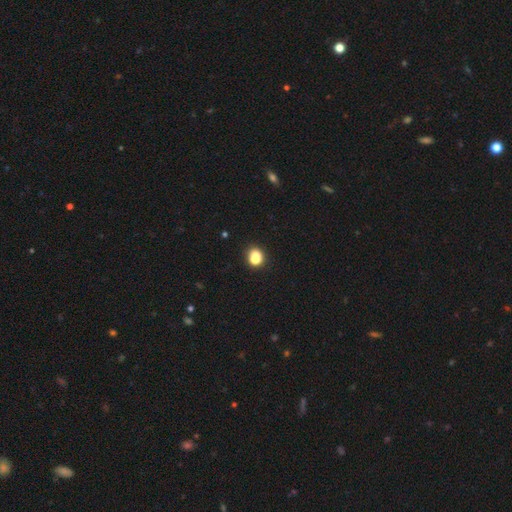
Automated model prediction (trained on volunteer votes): Smooth or featured? smooth (79%)
How rounded? round (61%)
Merging? none (69%)